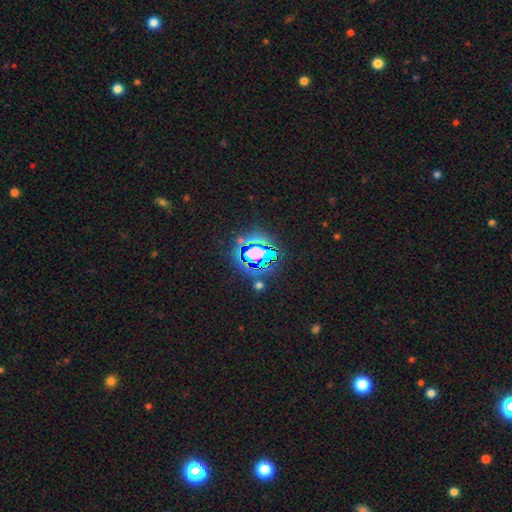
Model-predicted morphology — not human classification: Smooth or featured? star or artifact (75%)